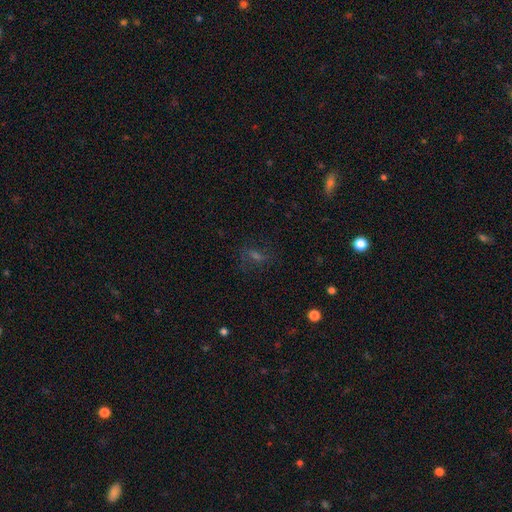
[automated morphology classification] A smooth galaxy with no disk features (35%, tied with star or artifact). Merging: none (70%).